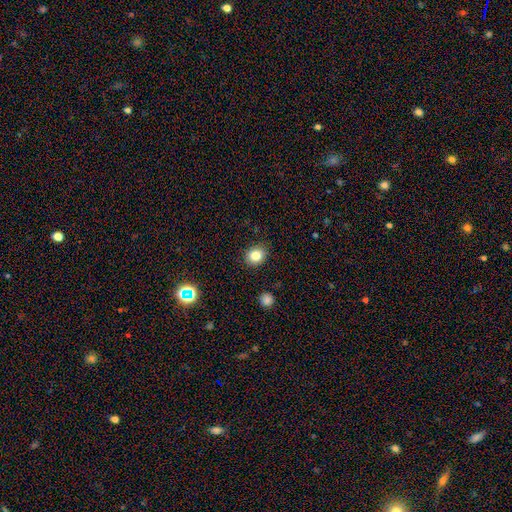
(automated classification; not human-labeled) A smooth galaxy with no disk features (83%) that is round (62%). Merging: none (88%).